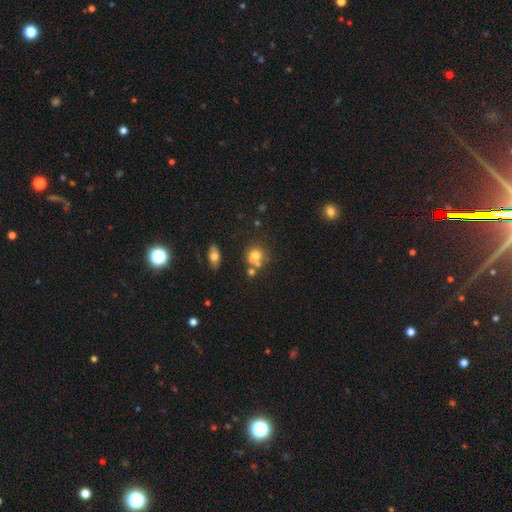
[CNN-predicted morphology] smooth-or-featured: smooth: 65% | featured or disk: 20% | star or artifact: 16%
  how-rounded: round: 75% | in between: 24% | cigar-shaped: 1%
  merging: none: 43% | merger: 41% | minor disturbance: 11% | major disturbance: 5%